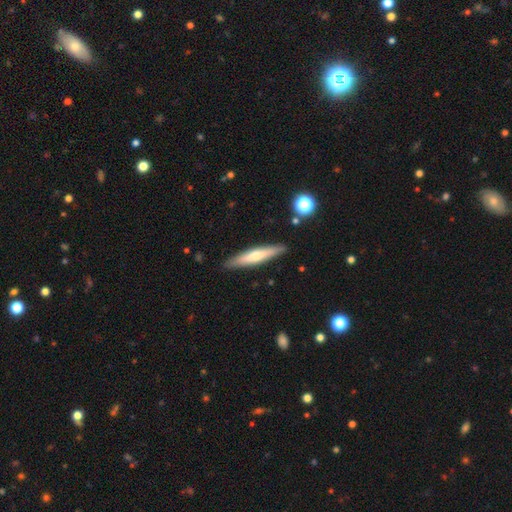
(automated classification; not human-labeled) Overall: smooth (50%; featured or disk 44%). How rounded: cigar-shaped (89%). Merging: none (89%).